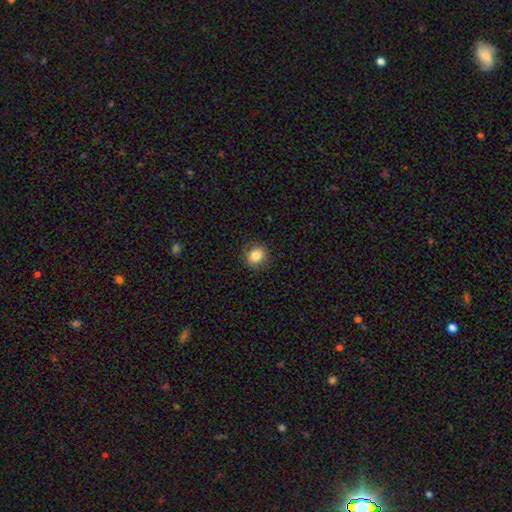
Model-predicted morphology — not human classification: type=smooth (83%); roundness=round (75%); merging=none (87%).